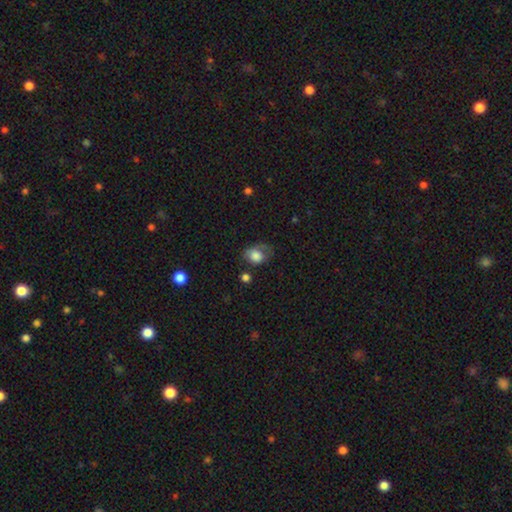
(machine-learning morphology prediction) This appears to be a smooth galaxy with no disk features (76%) that is in between round and cigar-shaped (60%). Merging: none (40%).